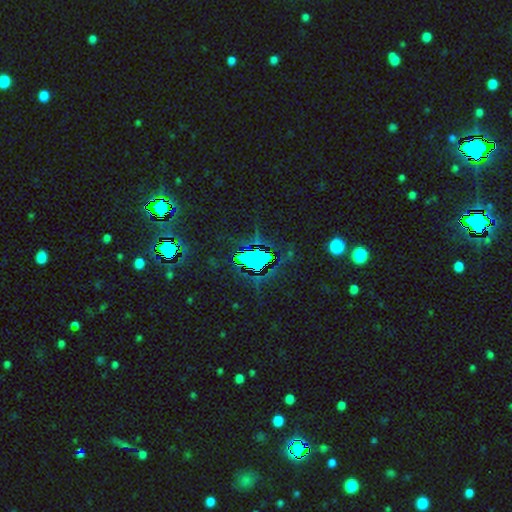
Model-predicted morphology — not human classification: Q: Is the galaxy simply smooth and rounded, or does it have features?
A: star or artifact — 76%.